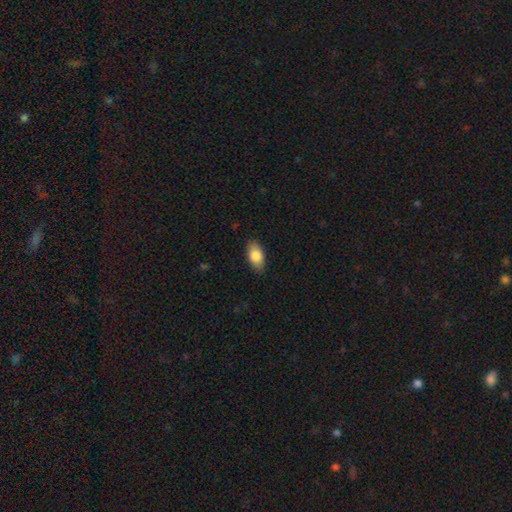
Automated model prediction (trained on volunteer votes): Smooth or featured? smooth (83%)
How rounded? in between (93%)
Merging? none (87%)